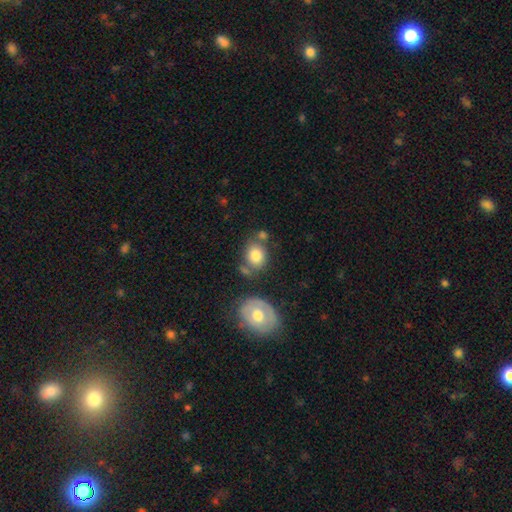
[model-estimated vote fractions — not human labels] Q: Smooth or featured?
A: smooth (79%); runner-up: featured or disk (13%)
Q: How rounded?
A: round (51%); runner-up: in between (48%)
Q: Merging?
A: none (59%); runner-up: merger (20%)